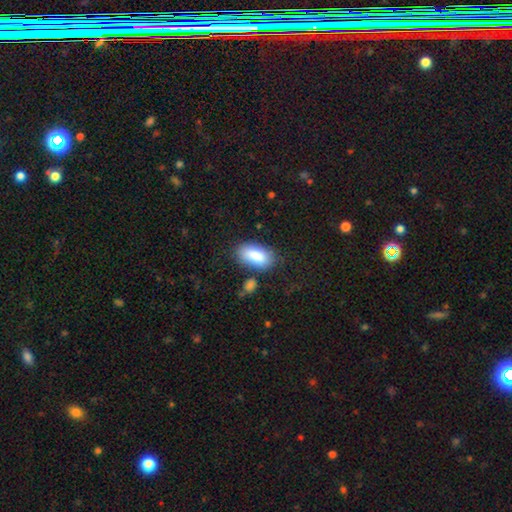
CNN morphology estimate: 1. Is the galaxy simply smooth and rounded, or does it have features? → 86% smooth, 7% featured or disk, 6% star or artifact.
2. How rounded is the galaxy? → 94% in between, 4% round, 3% cigar-shaped.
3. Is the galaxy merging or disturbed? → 76% none, 14% minor disturbance, 6% merger, 4% major disturbance.